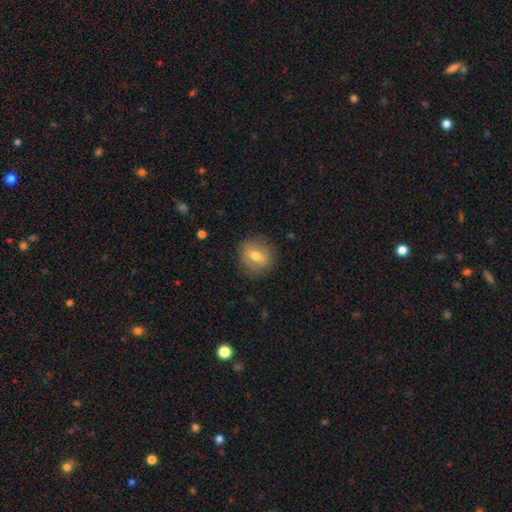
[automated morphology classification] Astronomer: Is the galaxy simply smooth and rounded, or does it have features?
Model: smooth — 55% (runner-up: featured or disk, 36%).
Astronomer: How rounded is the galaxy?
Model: round — 75%.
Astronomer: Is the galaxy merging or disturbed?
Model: none — 83%.